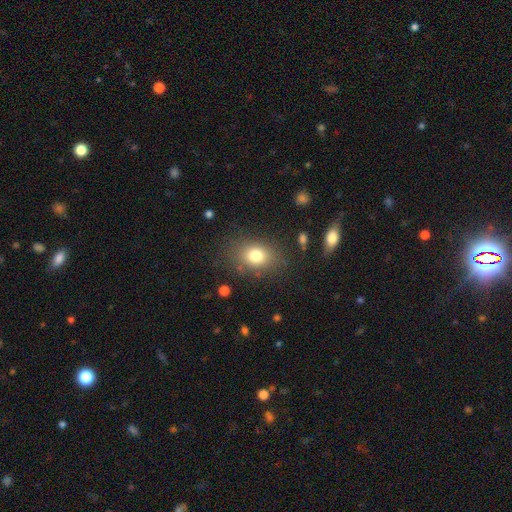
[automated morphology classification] smooth 78%, star or artifact 11%, featured or disk 10%. Down the decision tree: how rounded — in between (61%); merging — none (80%).